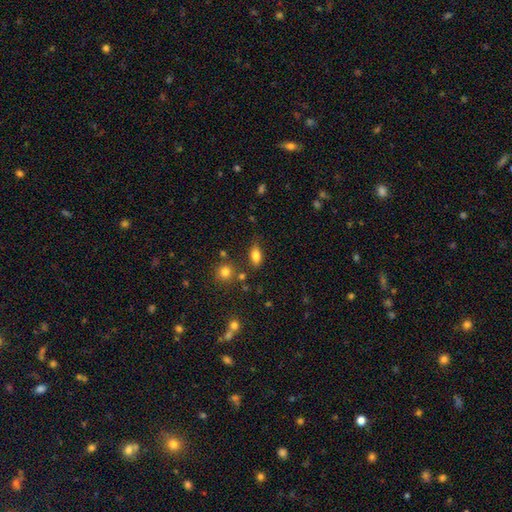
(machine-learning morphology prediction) Smooth or featured?
  - smooth: 79% *
  - featured or disk: 11%
  - star or artifact: 10%
How rounded?
  - in between: 83% *
  - round: 9%
  - cigar-shaped: 8%
Merging?
  - none: 73% *
  - minor disturbance: 17%
  - merger: 5%
  - major disturbance: 4%